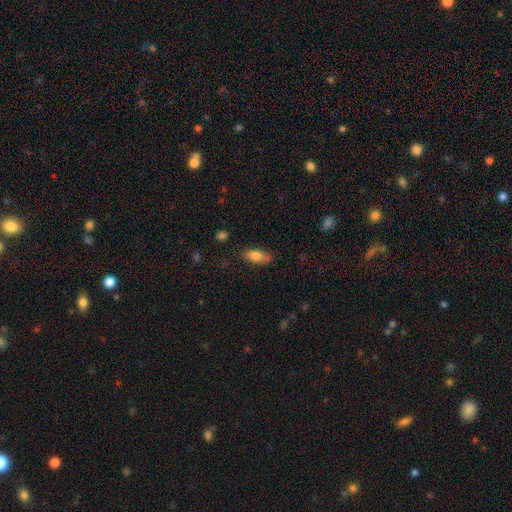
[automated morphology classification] Smooth or featured: smooth — 77% (featured or disk — 16%)
How rounded: in between — 77% (cigar-shaped — 20%)
Merging: none — 79% (minor disturbance — 16%)